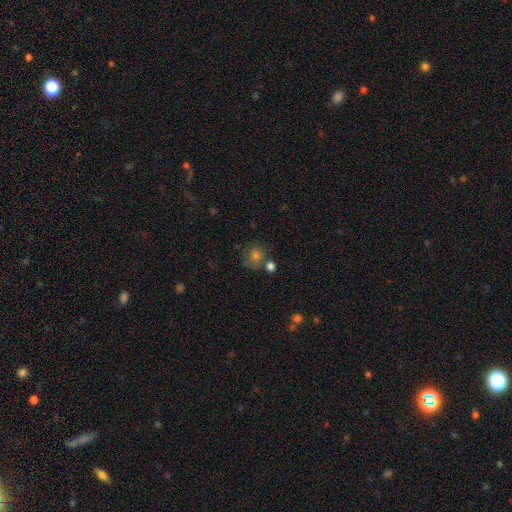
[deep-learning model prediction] This is likely a smooth galaxy (66%). How rounded: clearly round (85%). Merging: likely none (61%).